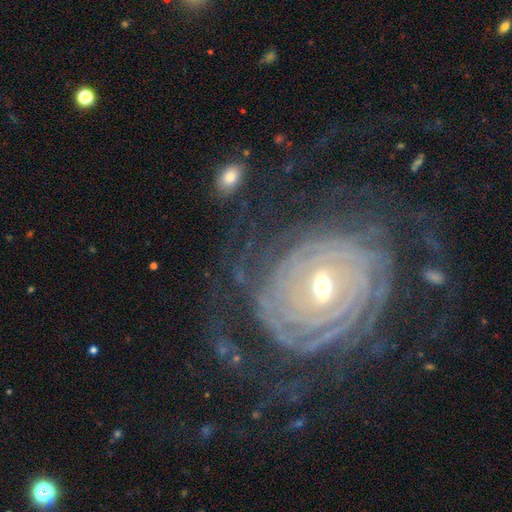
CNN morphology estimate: Smooth or featured? Predicted: featured or disk (p=0.87). Edge-on disk? Predicted: no (p=0.96). Bar? Predicted: no (p=0.47). Spiral arms? Predicted: yes (p=0.94). Spiral winding? Predicted: tight (p=0.82). Spiral arm count? Predicted: can't tell (p=0.36). Bulge size? Predicted: moderate (p=0.48). Merging? Predicted: none (p=0.69).